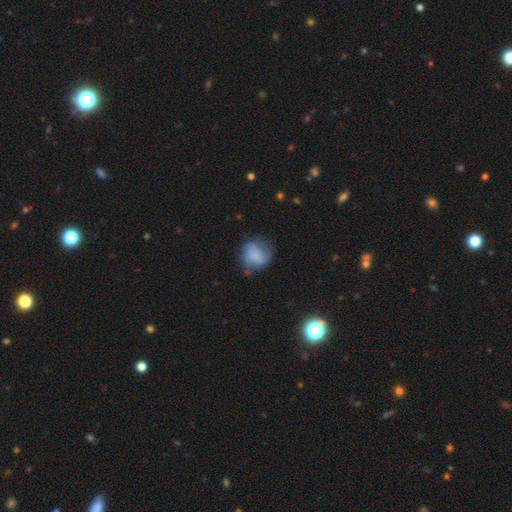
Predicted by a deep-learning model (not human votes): This appears to be a smooth galaxy with no disk features (65%) that is round (66%). Merging: none (52%).